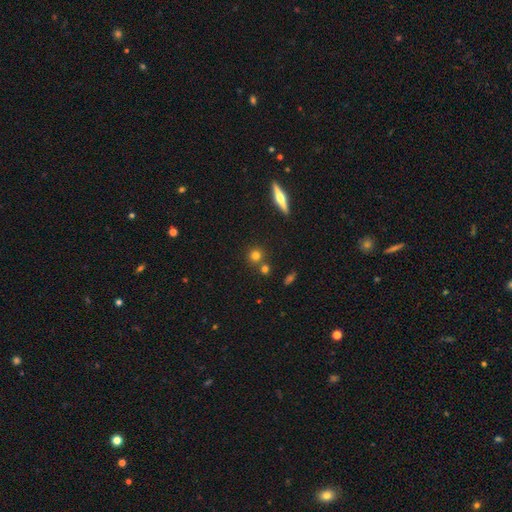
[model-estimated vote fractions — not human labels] This appears to be a smooth galaxy with no disk features (74%) that is round (90%). Merging: none (72%).